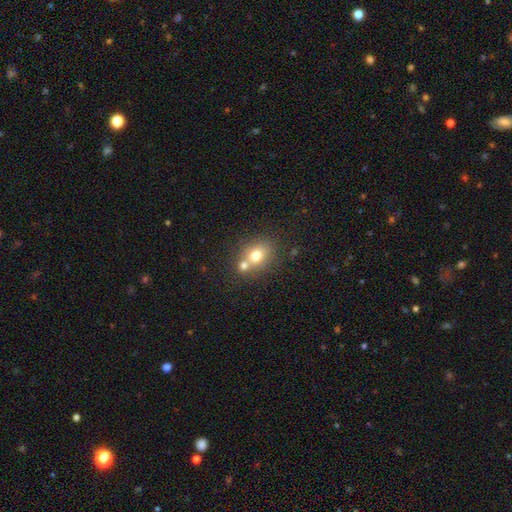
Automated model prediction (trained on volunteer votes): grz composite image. It shows a smooth galaxy with no disk features (72%) that is round (51%). Merging: none (48%).